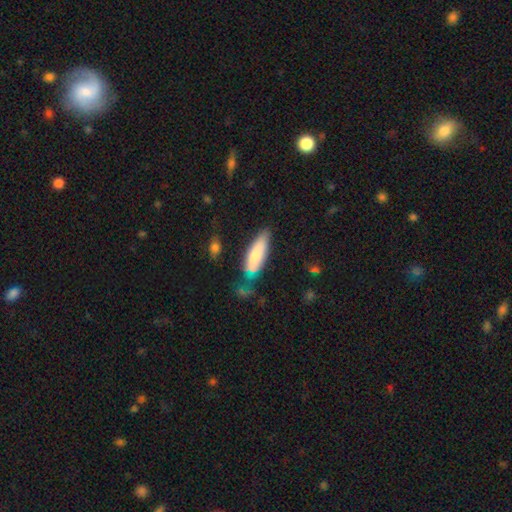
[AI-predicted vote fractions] The model was most divided on "how rounded": in between: 55%, cigar-shaped: 43%, round: 2%. More confident: smooth or featured — smooth (76%); merging — none (59%).